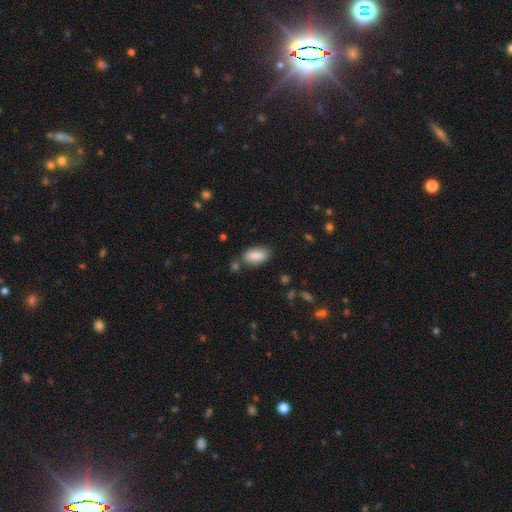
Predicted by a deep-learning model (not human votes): A smooth galaxy with no disk features (87%) that is in between round and cigar-shaped (91%). Merging: none (76%).